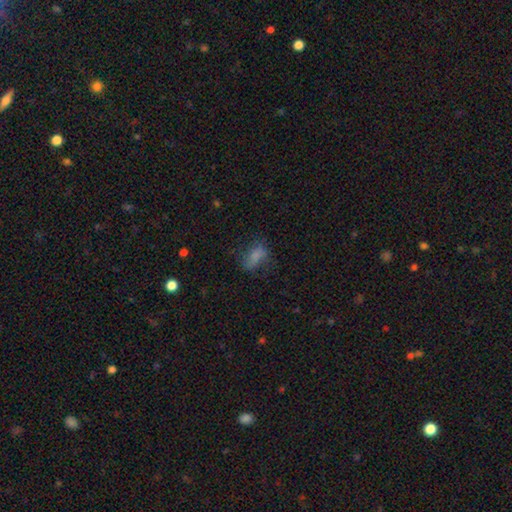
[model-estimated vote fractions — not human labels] Q: Smooth or featured?
A: smooth (63%); runner-up: featured or disk (24%)
Q: How rounded?
A: in between (78%); runner-up: cigar-shaped (13%)
Q: Merging?
A: none (51%); runner-up: minor disturbance (26%)